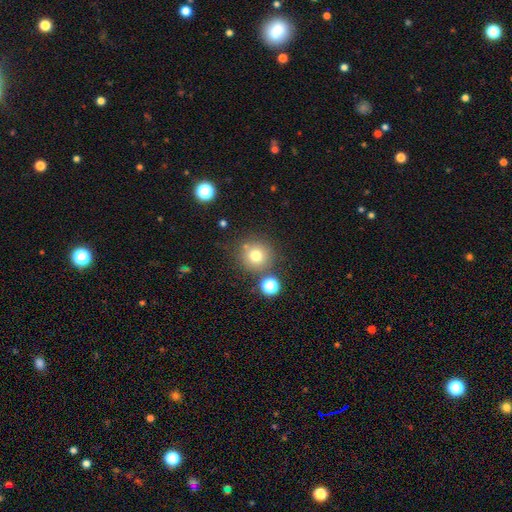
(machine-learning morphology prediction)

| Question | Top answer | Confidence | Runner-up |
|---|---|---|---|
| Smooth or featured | smooth | 74% | star or artifact (15%) |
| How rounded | round | 94% | in between (5%) |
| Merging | none | 78% | merger (10%) |